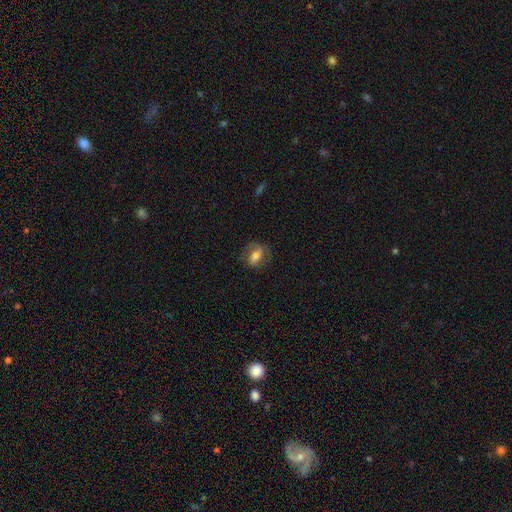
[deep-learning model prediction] Smooth or featured? Predicted: smooth (p=0.47). Merging? Predicted: none (p=0.68).